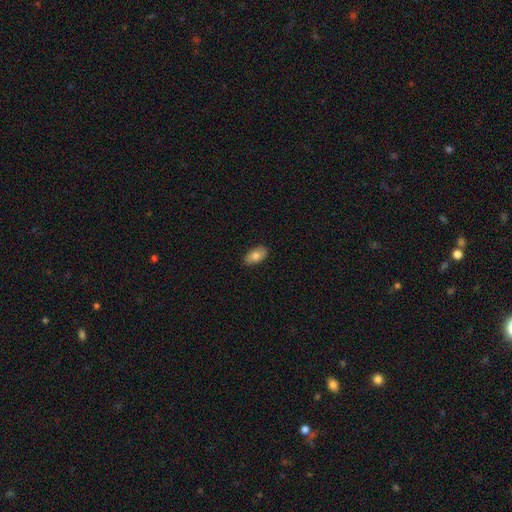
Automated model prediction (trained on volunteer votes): smooth-or-featured: smooth: 77% | featured or disk: 16% | star or artifact: 7%
  how-rounded: in between: 93% | round: 4% | cigar-shaped: 3%
  merging: none: 86% | minor disturbance: 11% | major disturbance: 2% | merger: 1%